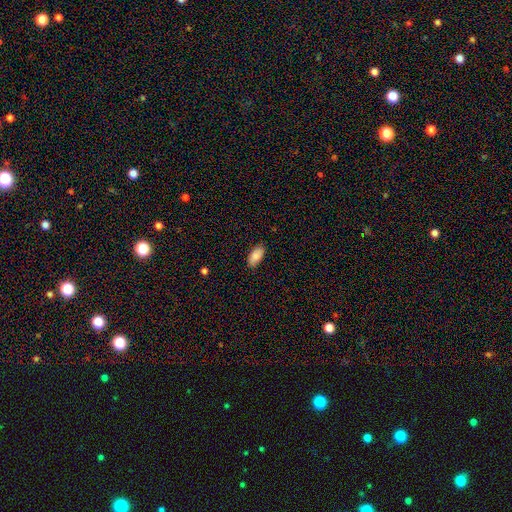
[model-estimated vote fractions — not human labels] smooth 88%, star or artifact 7%, featured or disk 6%. Down the decision tree: how rounded — in between (93%); merging — none (84%).